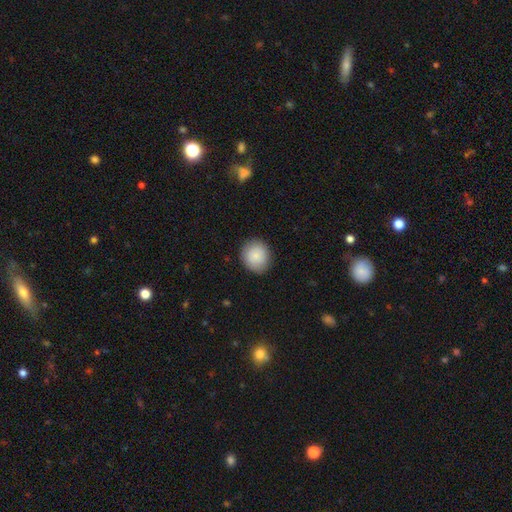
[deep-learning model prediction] Smooth or featured? smooth (85%)
How rounded? round (82%)
Merging? none (87%)